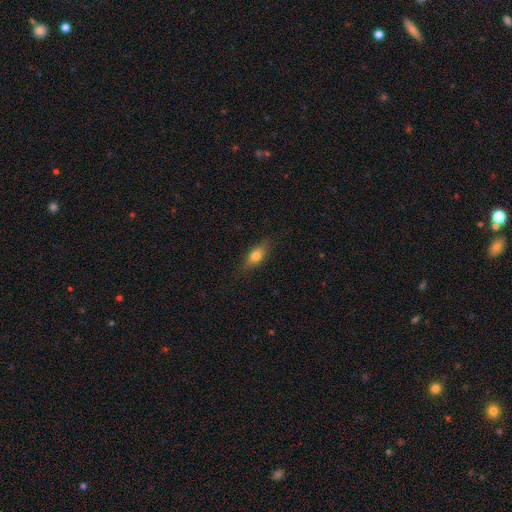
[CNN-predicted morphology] A smooth galaxy with no disk features (68%) that is in between round and cigar-shaped (70%).

Vote fractions:
- Smooth or featured? smooth: 68% / featured or disk: 25% / star or artifact: 8%
- How rounded? in between: 70% / cigar-shaped: 24% / round: 6%
- Merging? none: 83% / minor disturbance: 13% / major disturbance: 3% / merger: 1%